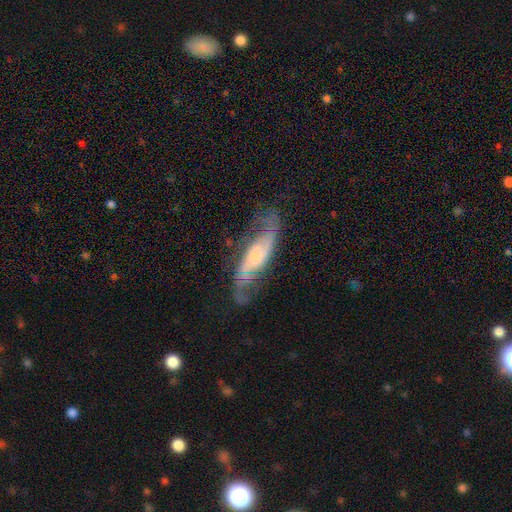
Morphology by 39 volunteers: type=featured or disk (82%); edge-on=no (84%); bar=weak (59%); spiral arms=yes (96%); winding=loose (46%); arm count=2 (92%); bulge=moderate (44%); merging=none (70%).